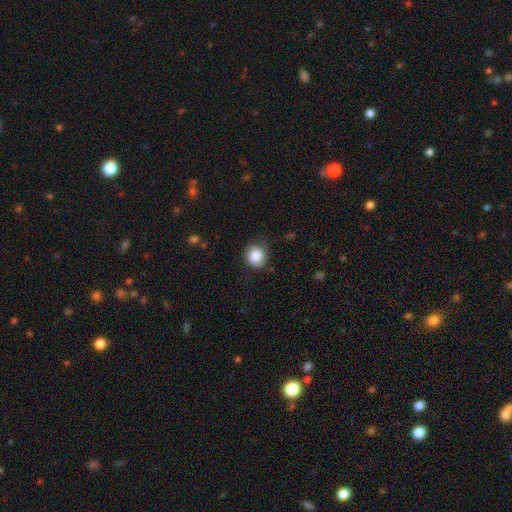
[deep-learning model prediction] Smooth or featured: smooth — 85% (star or artifact — 8%)
How rounded: round — 85% (in between — 14%)
Merging: none — 75% (minor disturbance — 19%)